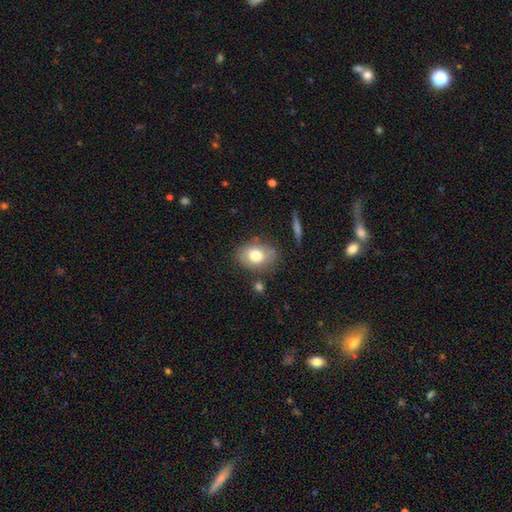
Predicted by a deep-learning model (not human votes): Q: Smooth or featured?
A: smooth (75%); runner-up: featured or disk (17%)
Q: How rounded?
A: in between (73%); runner-up: round (26%)
Q: Merging?
A: none (74%); runner-up: minor disturbance (17%)